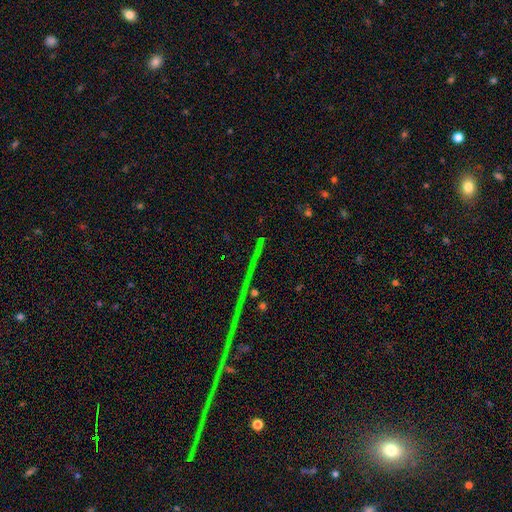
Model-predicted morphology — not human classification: smooth_or_featured: star or artifact (p=0.79) [alt: featured or disk p=0.12]